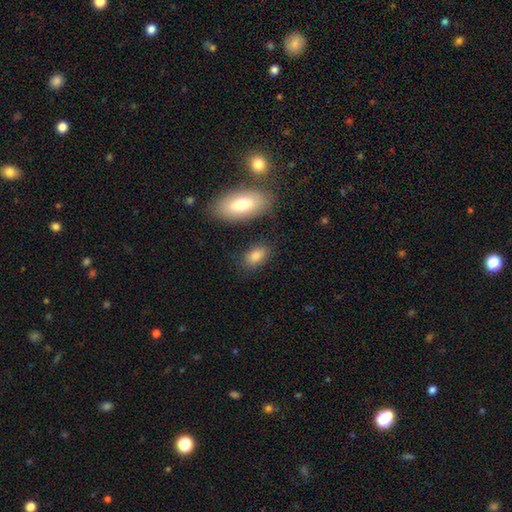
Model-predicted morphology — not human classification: A smooth galaxy with no disk features (82%) that is in between round and cigar-shaped (89%). Merging: none (77%).